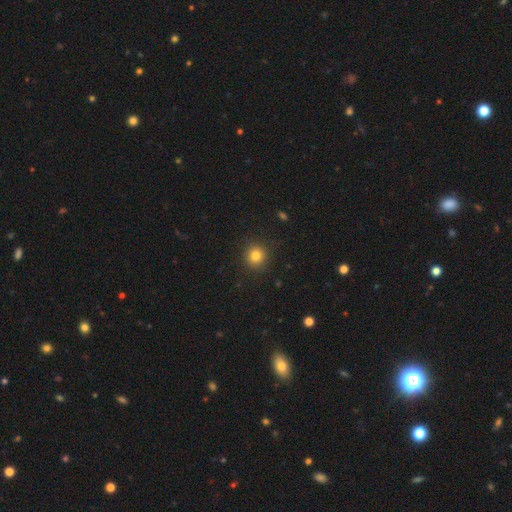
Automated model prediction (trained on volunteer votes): The model was most divided on "smooth or featured": smooth: 81%, star or artifact: 13%, featured or disk: 6%. More confident: how rounded — round (92%); merging — none (90%).